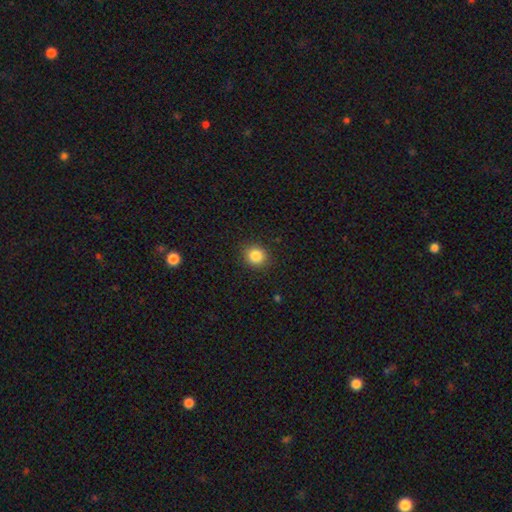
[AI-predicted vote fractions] Smooth or featured?
  - smooth: 85% *
  - star or artifact: 10%
  - featured or disk: 5%
How rounded?
  - round: 80% *
  - in between: 19%
  - cigar-shaped: 1%
Merging?
  - none: 89% *
  - minor disturbance: 8%
  - major disturbance: 2%
  - merger: 1%